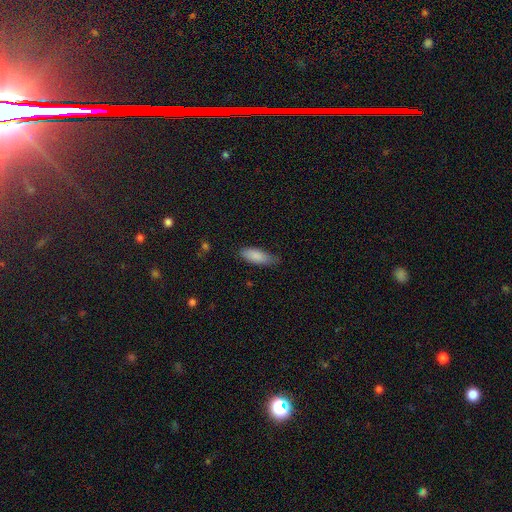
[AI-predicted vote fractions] Q: Smooth or featured?
A: smooth (87%); runner-up: featured or disk (7%)
Q: How rounded?
A: in between (71%); runner-up: cigar-shaped (27%)
Q: Merging?
A: none (67%); runner-up: minor disturbance (27%)